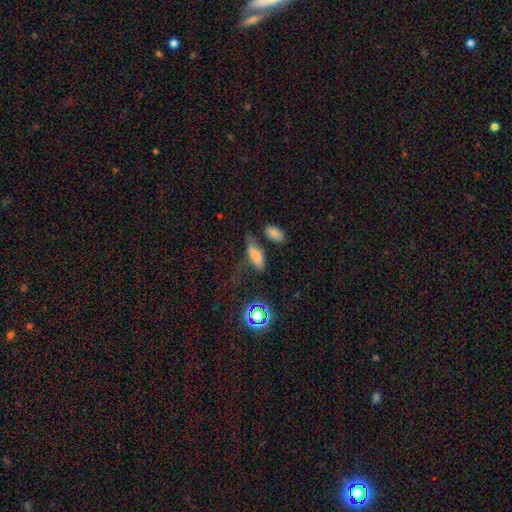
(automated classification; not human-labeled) This appears to be a smooth galaxy with no disk features (73%) that is in between round and cigar-shaped (69%). Merging: none (51%).